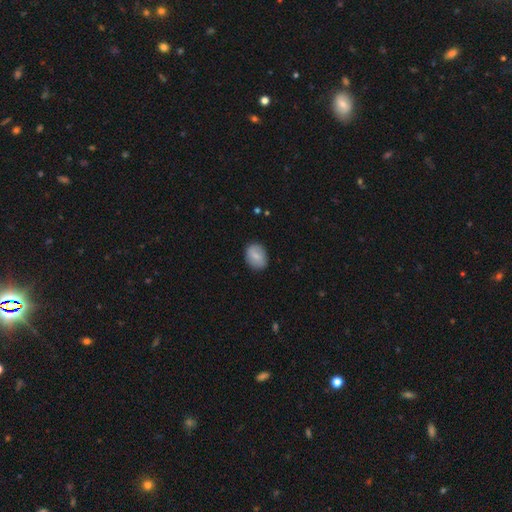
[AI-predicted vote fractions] Smooth or featured? Predicted: smooth (p=0.72). How rounded? Predicted: in between (p=0.58). Merging? Predicted: none (p=0.84).